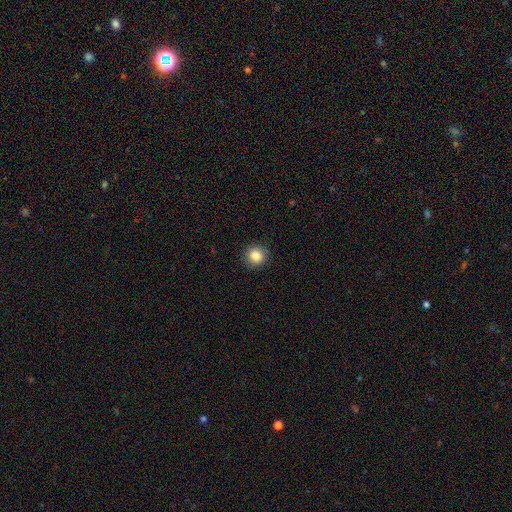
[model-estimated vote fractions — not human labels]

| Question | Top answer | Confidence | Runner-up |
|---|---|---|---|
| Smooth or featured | smooth | 86% | star or artifact (9%) |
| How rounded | round | 91% | in between (8%) |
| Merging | none | 88% | minor disturbance (8%) |